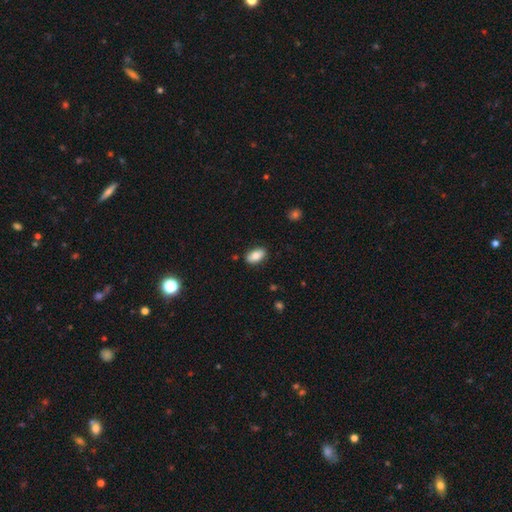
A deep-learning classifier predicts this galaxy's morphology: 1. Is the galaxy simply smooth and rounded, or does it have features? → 83% smooth, 10% featured or disk, 7% star or artifact.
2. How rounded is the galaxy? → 93% in between, 4% round, 3% cigar-shaped.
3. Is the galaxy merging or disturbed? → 87% none, 10% minor disturbance, 2% major disturbance, 1% merger.